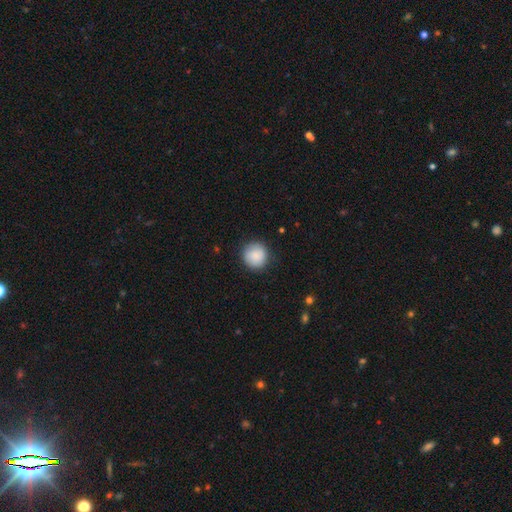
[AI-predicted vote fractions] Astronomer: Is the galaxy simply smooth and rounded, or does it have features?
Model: smooth — 85%.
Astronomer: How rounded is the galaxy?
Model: round — 94%.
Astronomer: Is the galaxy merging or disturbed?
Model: none — 87%.